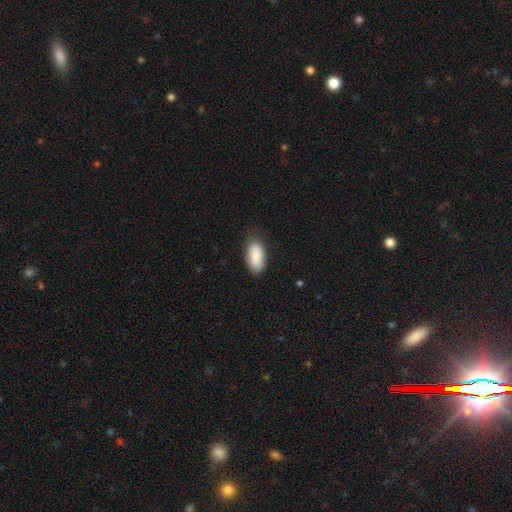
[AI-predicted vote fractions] Smooth or featured? Predicted: smooth (p=0.88). How rounded? Predicted: in between (p=0.92). Merging? Predicted: none (p=0.71).